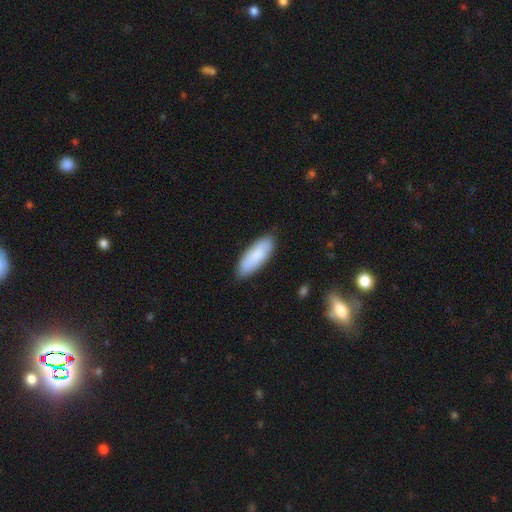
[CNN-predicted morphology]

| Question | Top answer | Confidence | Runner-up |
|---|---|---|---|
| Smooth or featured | smooth | 84% | featured or disk (11%) |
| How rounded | in between | 73% | cigar-shaped (26%) |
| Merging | none | 84% | minor disturbance (13%) |